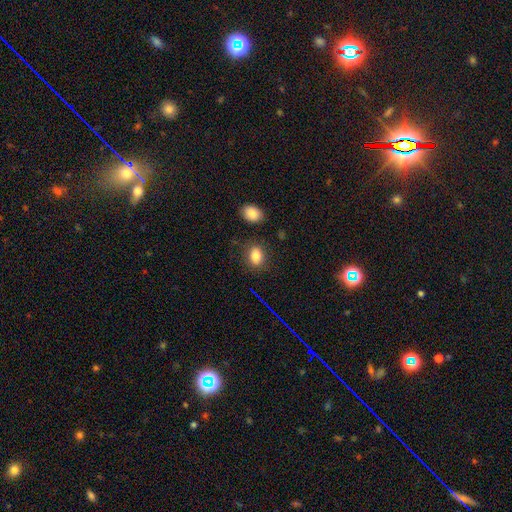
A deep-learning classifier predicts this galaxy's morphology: This is clearly a smooth galaxy (83%). How rounded: likely in between (67%). Merging: clearly none (81%).